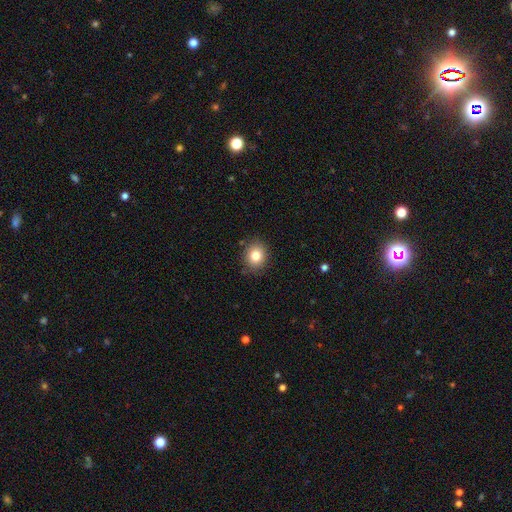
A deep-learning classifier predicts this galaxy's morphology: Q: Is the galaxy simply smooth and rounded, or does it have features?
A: smooth — 81%.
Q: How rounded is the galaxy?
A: round — 69%.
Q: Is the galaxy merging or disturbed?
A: none — 86%.